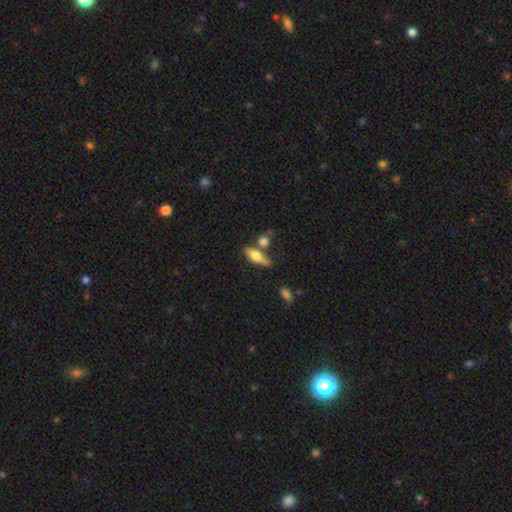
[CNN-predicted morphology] Smooth or featured? Predicted: smooth (p=0.55). How rounded? Predicted: in between (p=0.50). Merging? Predicted: none (p=0.62).